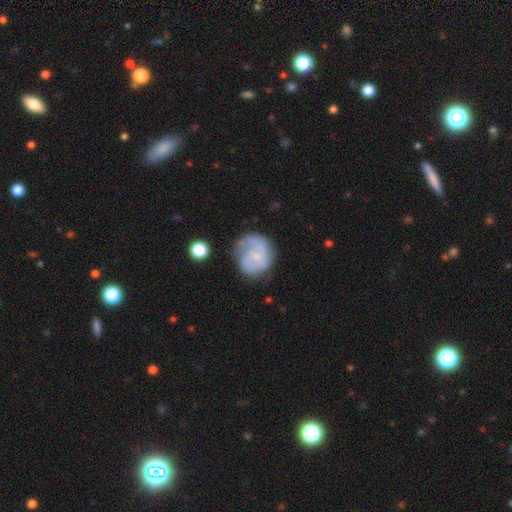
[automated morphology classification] A featured or disk galaxy (65%) with no bar (65%), 2 (43%) medium (41%) spiral arms (85%) and a small central bulge (72%).

Vote fractions:
- Smooth or featured? featured or disk: 65% / smooth: 28% / star or artifact: 7%
- Edge-on disk? no: 98% / yes: 2%
- Bar? no: 65% / weak: 31% / strong: 5%
- Spiral arms? yes: 85% / no: 15%
- Spiral winding? medium: 41% / tight: 37% / loose: 22%
- Spiral arm count? 2: 43% / can't tell: 25% / 1: 15% / 3: 11% / 4: 3% / more than 4: 3%
- Bulge size? small: 72% / moderate: 15% / none: 11% / large: 1% / dominant: 1%
- Merging? none: 57% / minor disturbance: 24% / major disturbance: 16% / merger: 3%